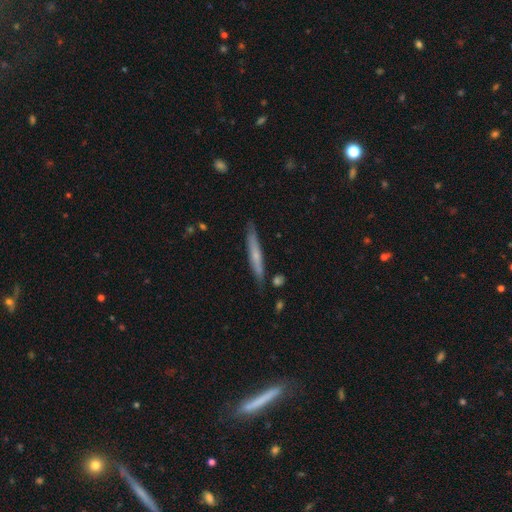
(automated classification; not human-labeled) Q: Smooth or featured?
A: smooth (47%); tied with: featured or disk (47%)
Q: Merging?
A: none (82%); runner-up: minor disturbance (13%)